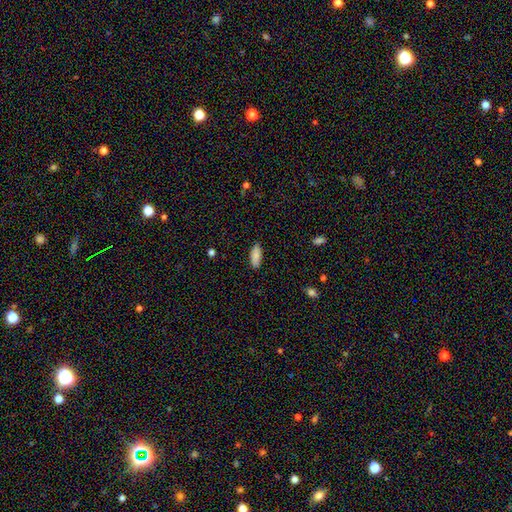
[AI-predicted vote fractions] smooth 87%, star or artifact 7%, featured or disk 6%. Down the decision tree: how rounded — in between (79%); merging — none (87%).